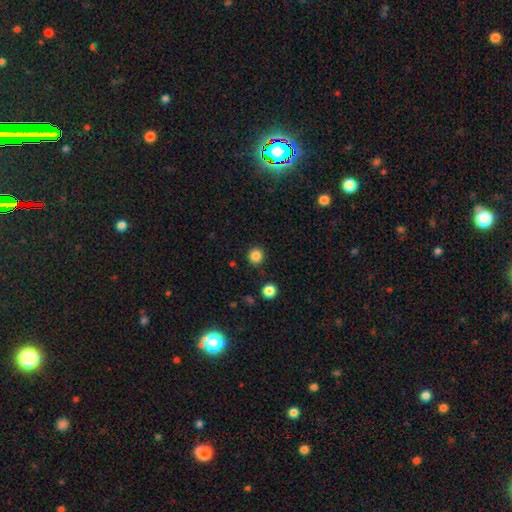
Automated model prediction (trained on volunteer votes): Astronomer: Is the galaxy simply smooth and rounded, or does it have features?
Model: smooth — 85%.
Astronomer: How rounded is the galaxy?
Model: round — 92%.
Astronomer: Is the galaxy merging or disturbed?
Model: none — 90%.